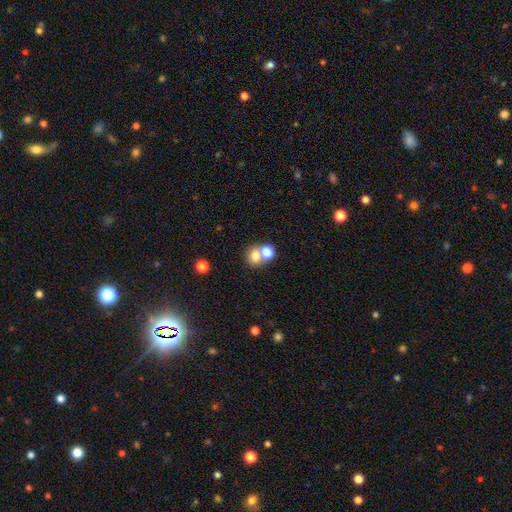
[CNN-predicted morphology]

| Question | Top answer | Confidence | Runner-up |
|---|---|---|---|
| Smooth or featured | smooth | 74% | star or artifact (13%) |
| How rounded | round | 66% | in between (33%) |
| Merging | merger | 46% | none (43%) |